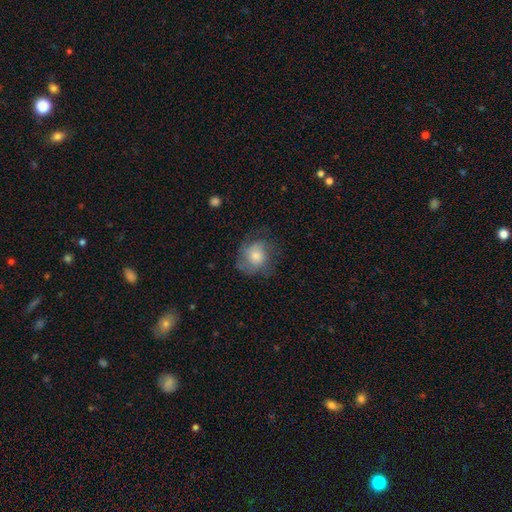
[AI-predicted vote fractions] smooth 55%, featured or disk 36%, star or artifact 9%. Down the decision tree: how rounded — round (78%); merging — none (64%).